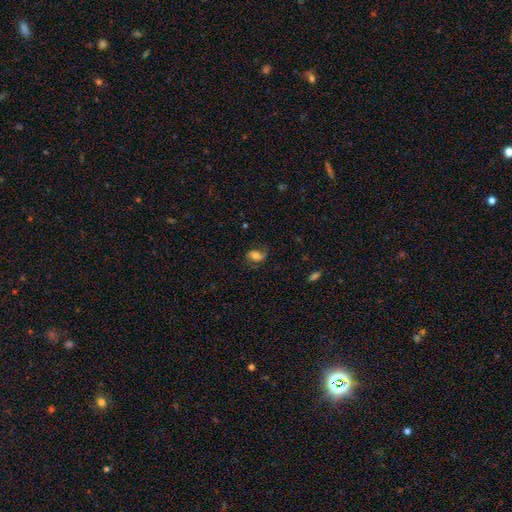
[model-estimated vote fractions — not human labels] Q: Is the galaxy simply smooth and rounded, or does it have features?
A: smooth — 52%.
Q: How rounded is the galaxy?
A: in between — 81%.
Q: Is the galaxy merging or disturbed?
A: none — 63%.